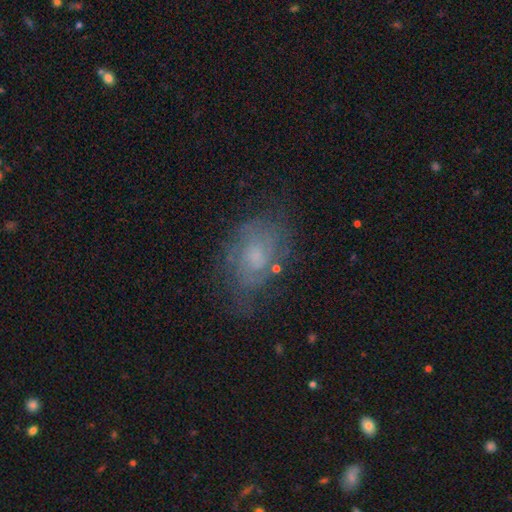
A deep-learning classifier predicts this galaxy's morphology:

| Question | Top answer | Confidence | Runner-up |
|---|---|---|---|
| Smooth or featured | featured or disk | 61% | smooth (28%) |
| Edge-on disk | no | 96% | yes (4%) |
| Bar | no | 72% | weak (24%) |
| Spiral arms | yes | 78% | no (22%) |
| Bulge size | small | 42% | moderate (29%) |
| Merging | none | 65% | minor disturbance (21%) |